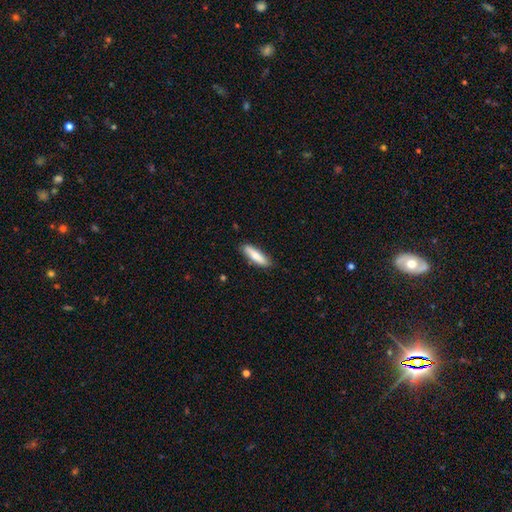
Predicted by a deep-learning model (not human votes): Smooth or featured? smooth (78%)
How rounded? cigar-shaped (66%)
Merging? none (85%)